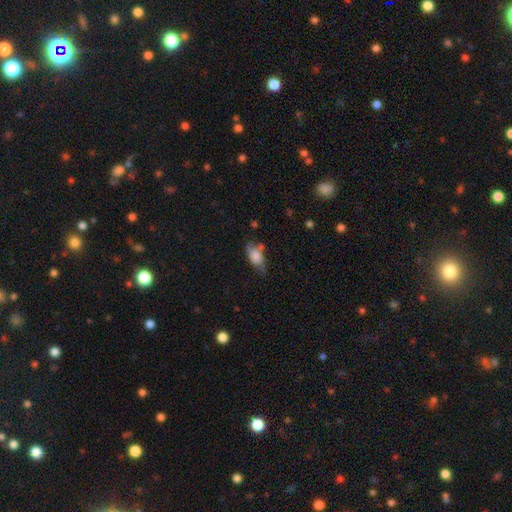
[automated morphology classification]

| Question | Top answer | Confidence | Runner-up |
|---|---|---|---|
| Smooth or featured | smooth | 71% | featured or disk (21%) |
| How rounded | in between | 84% | cigar-shaped (9%) |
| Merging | none | 47% | minor disturbance (33%) |